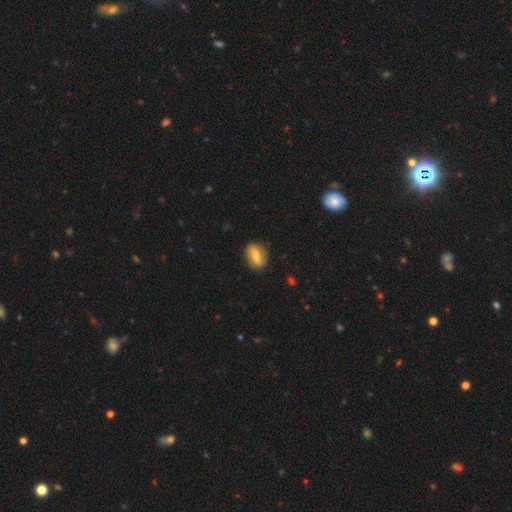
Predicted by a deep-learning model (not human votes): This appears to be a smooth galaxy with no disk features (50%) that is in between round and cigar-shaped (76%). Merging: none (82%).